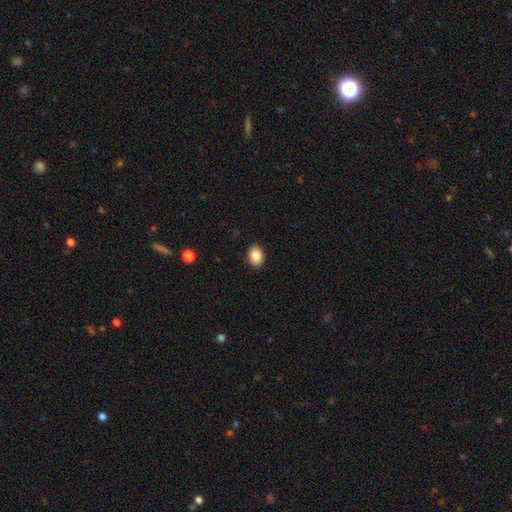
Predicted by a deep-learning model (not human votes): smooth 87%, star or artifact 8%, featured or disk 5%. Down the decision tree: how rounded — in between (77%); merging — none (90%).